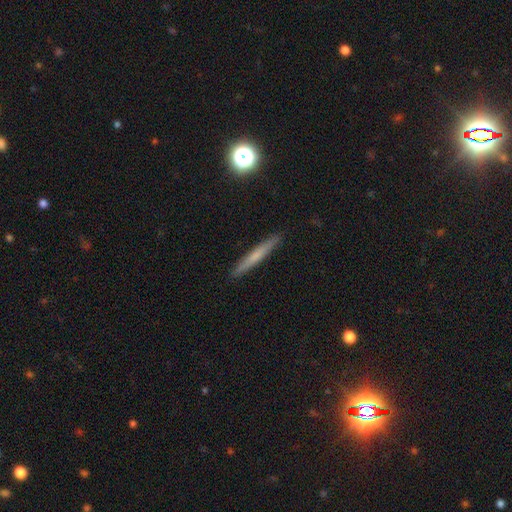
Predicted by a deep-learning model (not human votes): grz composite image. It shows a smooth galaxy with no disk features (56%) that is cigar-shaped (95%). Merging: none (91%).